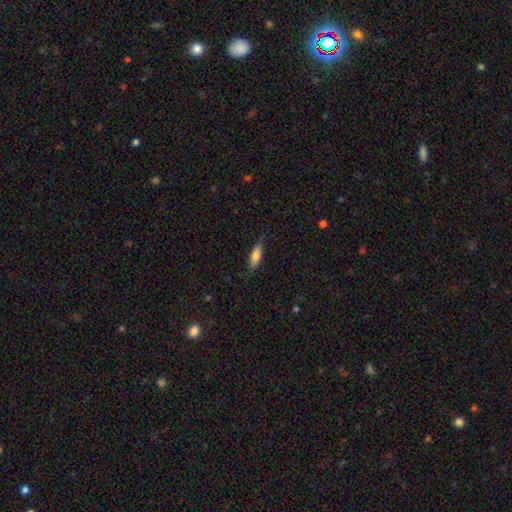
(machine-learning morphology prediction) smooth 74%, featured or disk 20%, star or artifact 6%. Down the decision tree: how rounded — in between (65%); merging — none (73%).